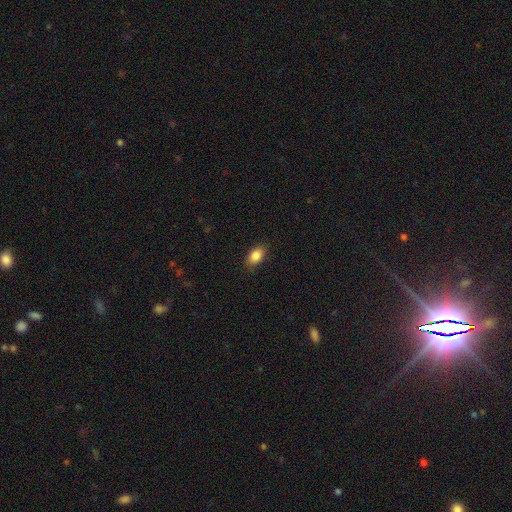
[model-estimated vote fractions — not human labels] A smooth galaxy with no disk features (85%) that is in between round and cigar-shaped (88%).

Vote fractions:
- Smooth or featured? smooth: 85% / star or artifact: 8% / featured or disk: 7%
- How rounded? in between: 88% / round: 9% / cigar-shaped: 3%
- Merging? none: 85% / minor disturbance: 12% / major disturbance: 3% / merger: 1%